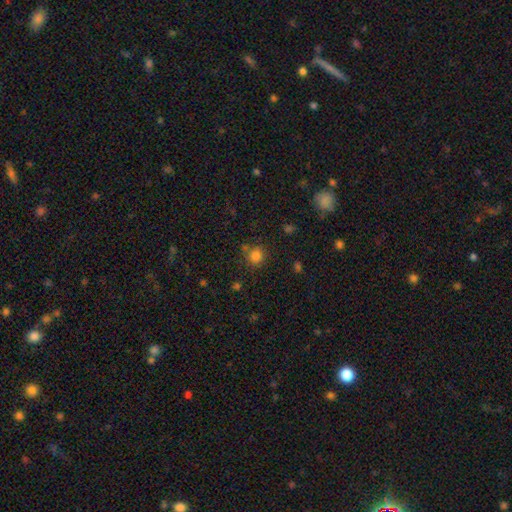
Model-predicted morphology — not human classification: smooth_or_featured: smooth (p=0.80) [alt: star or artifact p=0.15]
how_rounded: round (p=0.90) [alt: in between p=0.09]
merging: none (p=0.77) [alt: minor disturbance p=0.11]